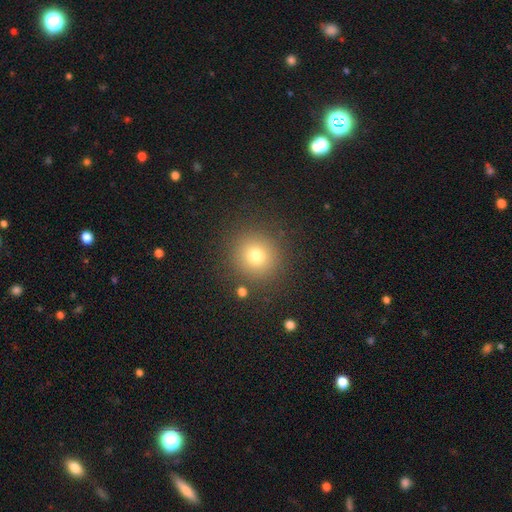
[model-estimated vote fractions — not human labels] Smooth or featured: smooth — 76% (star or artifact — 15%)
How rounded: round — 93% (in between — 6%)
Merging: none — 87% (minor disturbance — 7%)